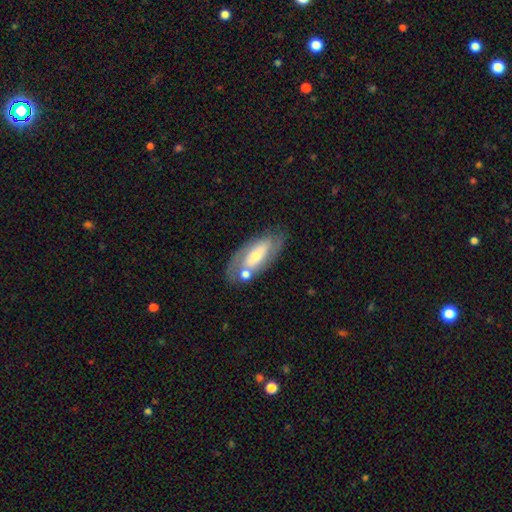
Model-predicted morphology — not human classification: type=featured or disk (60%); edge-on=no (86%); bar=no (41%); spiral arms=yes (65%); bulge=moderate (47%); merging=none (65%).